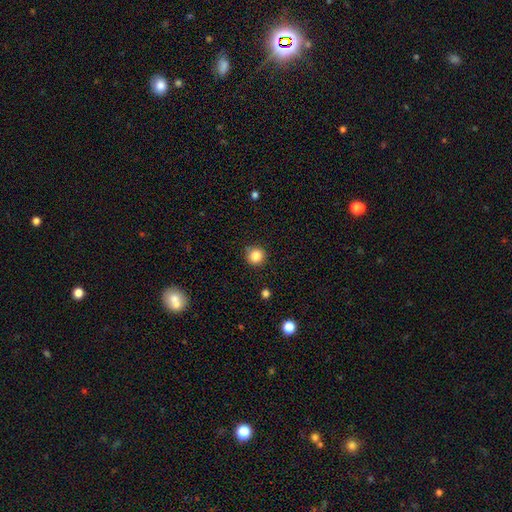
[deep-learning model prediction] A smooth galaxy with no disk features (85%) that is round (94%). Merging: none (87%).